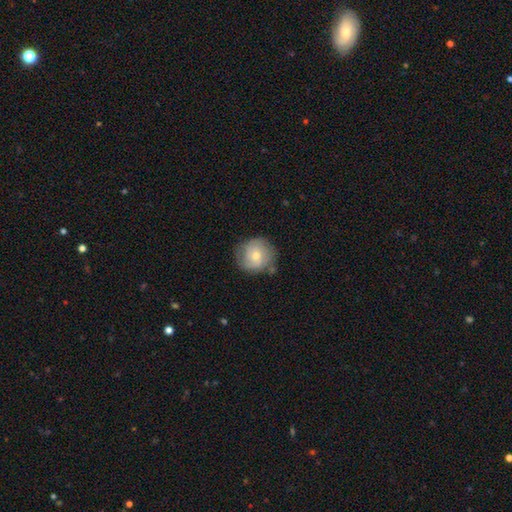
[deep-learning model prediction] A featured or disk galaxy (49%). Merging: none (72%).